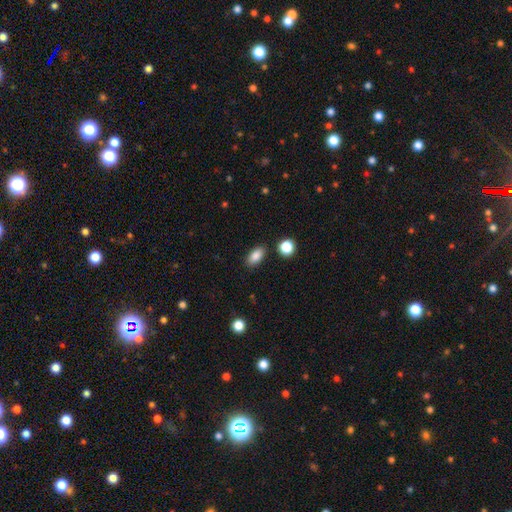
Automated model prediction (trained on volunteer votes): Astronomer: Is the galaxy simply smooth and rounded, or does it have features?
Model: smooth — 87%.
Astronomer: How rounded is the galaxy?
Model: in between — 89%.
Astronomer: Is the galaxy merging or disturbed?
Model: none — 87%.